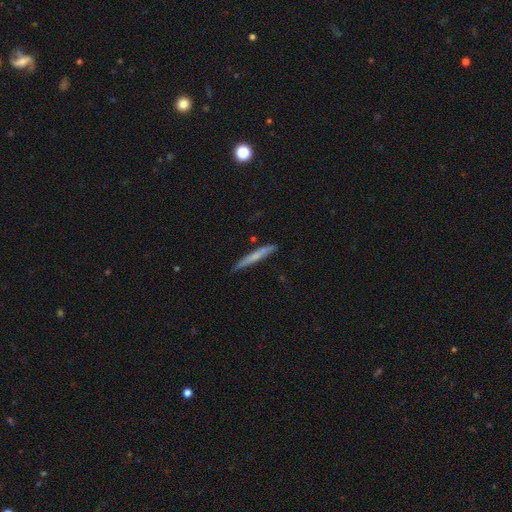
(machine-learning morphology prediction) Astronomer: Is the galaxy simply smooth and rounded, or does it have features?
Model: smooth — 58% (runner-up: featured or disk, 36%).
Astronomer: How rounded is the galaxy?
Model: cigar-shaped — 96%.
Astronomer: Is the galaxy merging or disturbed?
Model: none — 85%.